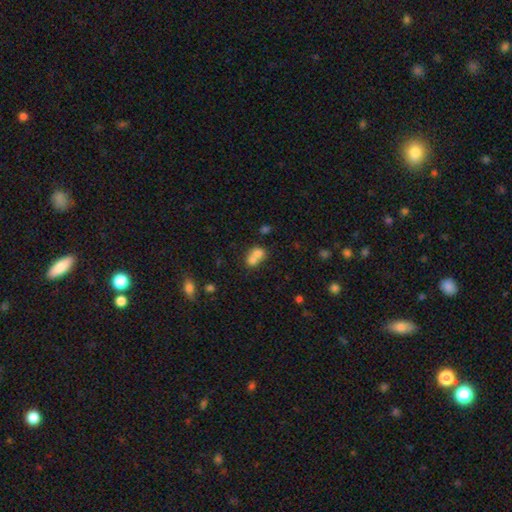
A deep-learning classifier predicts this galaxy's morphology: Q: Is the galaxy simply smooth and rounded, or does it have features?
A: smooth — 71%.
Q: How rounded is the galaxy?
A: round — 60%.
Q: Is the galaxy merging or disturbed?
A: merger — 70%.